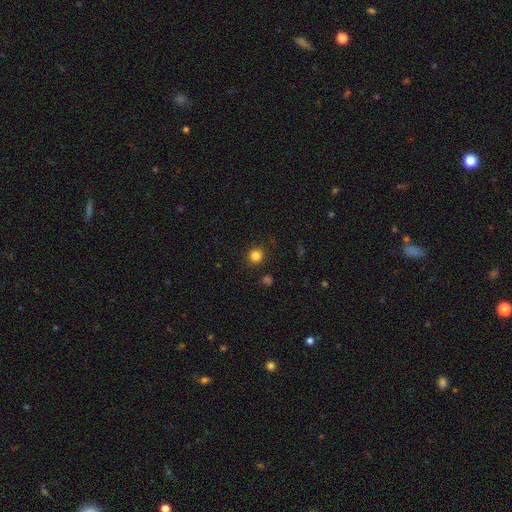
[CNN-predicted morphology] This appears to be a smooth galaxy with no disk features (83%) that is round (94%). Merging: none (90%).